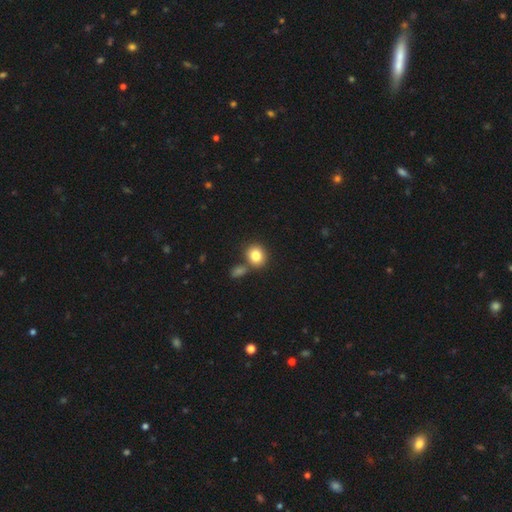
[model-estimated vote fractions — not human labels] This is clearly a smooth galaxy (83%). How rounded: likely round (73%). Merging: likely none (68%).